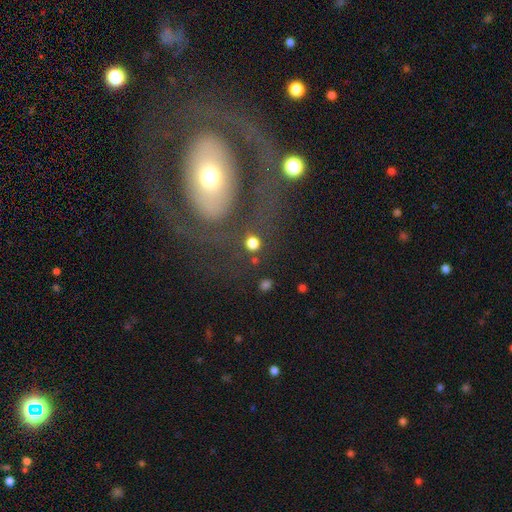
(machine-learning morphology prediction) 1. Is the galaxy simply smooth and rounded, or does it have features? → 66% featured or disk, 25% smooth, 9% star or artifact.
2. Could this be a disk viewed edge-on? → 94% no, 6% yes.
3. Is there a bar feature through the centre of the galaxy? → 63% no, 19% weak, 18% strong.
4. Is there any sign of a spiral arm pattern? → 59% no, 41% yes.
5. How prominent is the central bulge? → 57% moderate, 24% small, 14% large, 3% dominant, 2% none.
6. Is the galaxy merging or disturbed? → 74% none, 12% major disturbance, 11% minor disturbance, 3% merger.